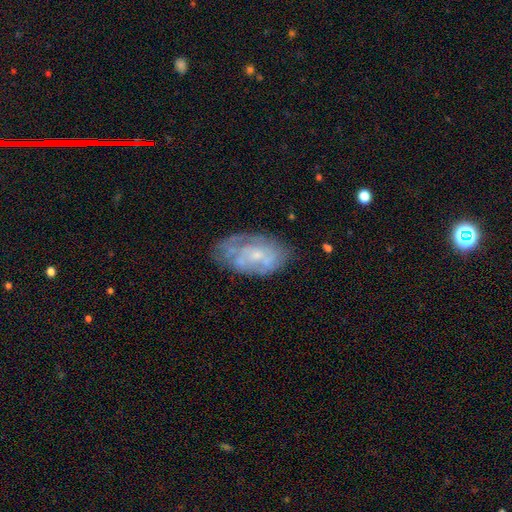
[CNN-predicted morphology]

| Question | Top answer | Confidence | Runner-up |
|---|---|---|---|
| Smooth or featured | featured or disk | 64% | smooth (28%) |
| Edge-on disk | no | 95% | yes (5%) |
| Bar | no | 78% | weak (18%) |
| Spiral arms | yes | 52% | no (48%) |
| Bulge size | small | 64% | moderate (24%) |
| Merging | none | 58% | minor disturbance (26%) |